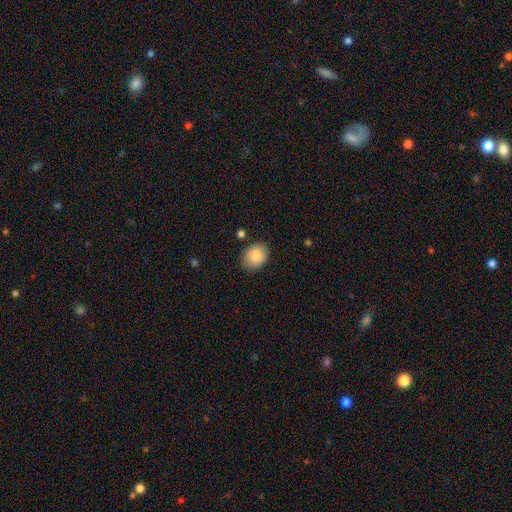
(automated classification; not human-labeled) Smooth or featured?
  - smooth: 88% *
  - star or artifact: 7%
  - featured or disk: 5%
How rounded?
  - in between: 63% *
  - round: 36%
  - cigar-shaped: 1%
Merging?
  - none: 83% *
  - minor disturbance: 12%
  - major disturbance: 3%
  - merger: 2%